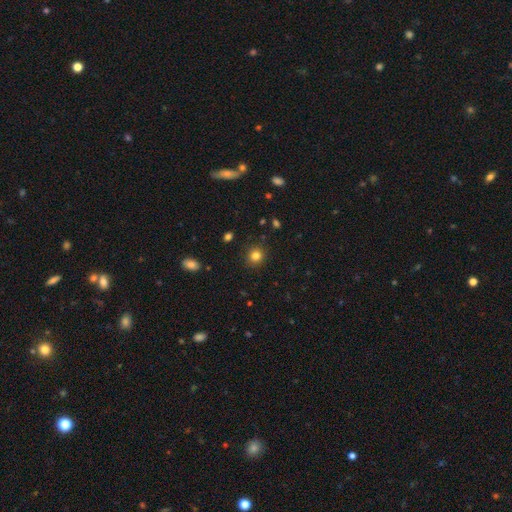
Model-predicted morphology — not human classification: Smooth or featured? Predicted: smooth (p=0.82). How rounded? Predicted: round (p=0.88). Merging? Predicted: none (p=0.90).